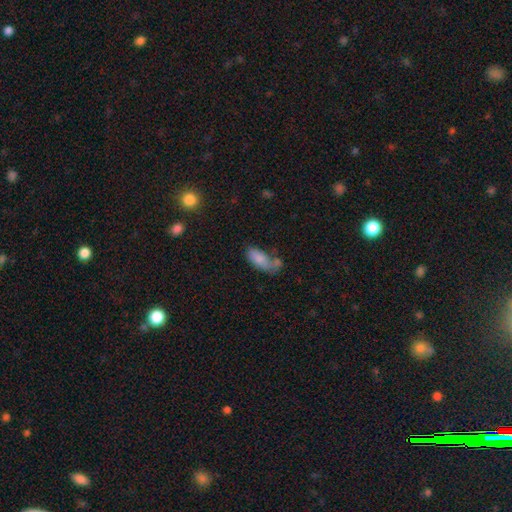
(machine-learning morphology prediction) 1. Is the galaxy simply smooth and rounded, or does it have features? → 76% smooth, 14% featured or disk, 10% star or artifact.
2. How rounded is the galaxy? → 82% in between, 14% cigar-shaped, 3% round.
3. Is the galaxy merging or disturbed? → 42% none, 23% merger, 22% minor disturbance, 13% major disturbance.